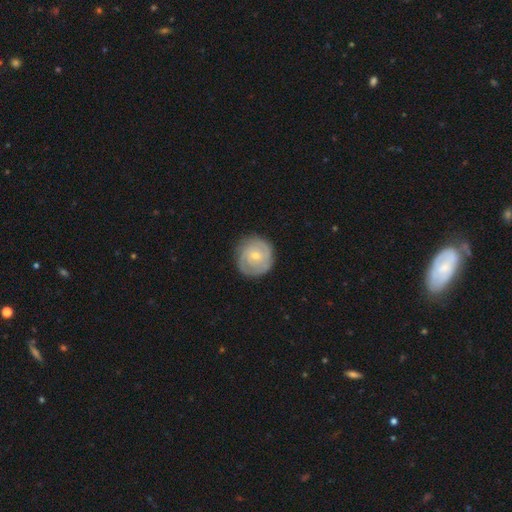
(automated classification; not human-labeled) Smooth or featured?
  - featured or disk: 68% *
  - smooth: 26%
  - star or artifact: 5%
Edge-on disk?
  - no: 97% *
  - yes: 3%
Bar?
  - no: 68% *
  - weak: 28%
  - strong: 5%
Spiral arms?
  - yes: 85% *
  - no: 15%
Spiral winding?
  - tight: 72% *
  - medium: 22%
  - loose: 6%
Spiral arm count?
  - can't tell: 36% *
  - 2: 33%
  - 3: 15%
  - 1: 7%
  - 4: 5%
  - more than 4: 4%
Bulge size?
  - small: 56% *
  - moderate: 40%
  - large: 1%
  - none: 1%
  - dominant: 1%
Merging?
  - none: 80% *
  - minor disturbance: 15%
  - major disturbance: 4%
  - merger: 1%